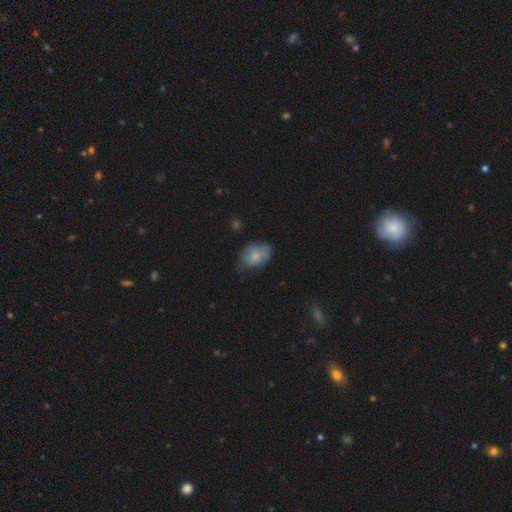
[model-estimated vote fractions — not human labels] This is likely a smooth galaxy (73%). How rounded: likely in between (79%). Merging: marginally none (44%).